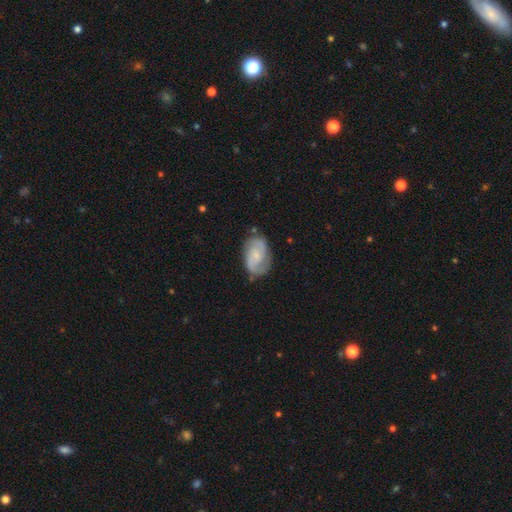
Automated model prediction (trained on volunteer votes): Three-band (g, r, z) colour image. It shows a featured or disk galaxy (73%) with no bar (56%), 2 (81%) medium (47%) spiral arms (93%) and a small central bulge (64%). Merging: none (71%).